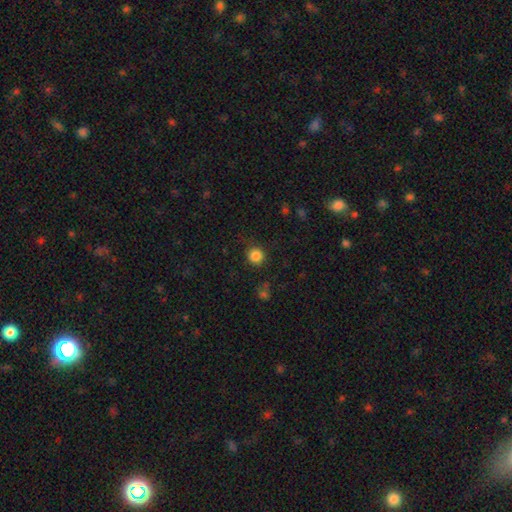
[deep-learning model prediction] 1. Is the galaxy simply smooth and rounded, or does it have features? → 84% smooth, 12% star or artifact, 4% featured or disk.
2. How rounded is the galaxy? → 94% round, 5% in between, 1% cigar-shaped.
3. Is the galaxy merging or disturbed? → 86% none, 9% minor disturbance, 3% major disturbance, 1% merger.